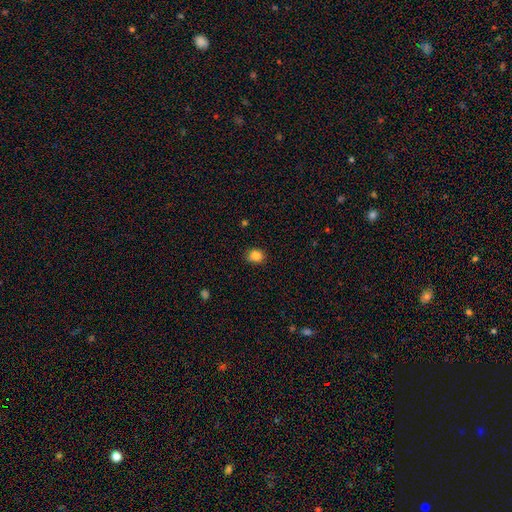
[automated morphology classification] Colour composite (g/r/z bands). It shows a smooth galaxy with no disk features (85%) that is round (67%). Merging: none (81%).